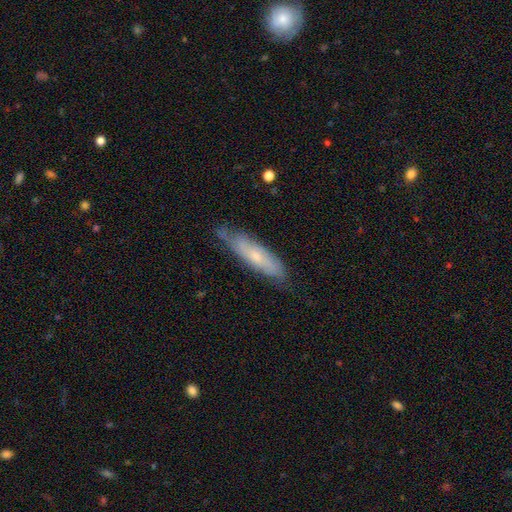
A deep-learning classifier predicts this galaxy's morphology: smooth-or-featured: smooth: 48% | featured or disk: 45% | star or artifact: 7%
  merging: none: 68% | minor disturbance: 25% | major disturbance: 5% | merger: 2%